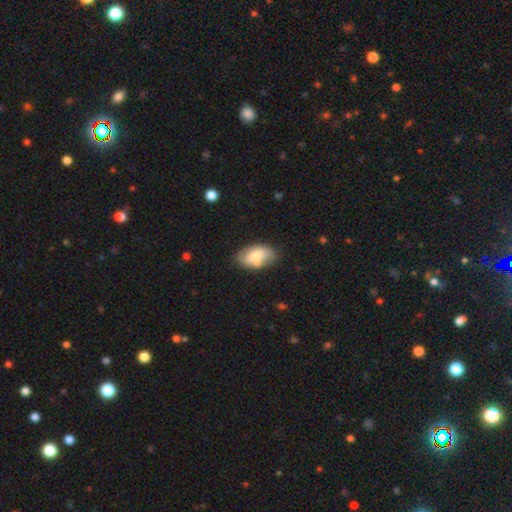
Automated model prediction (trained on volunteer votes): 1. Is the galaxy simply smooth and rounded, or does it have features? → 66% smooth, 27% featured or disk, 7% star or artifact.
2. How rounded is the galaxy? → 92% in between, 6% round, 2% cigar-shaped.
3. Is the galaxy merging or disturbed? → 62% none, 20% minor disturbance, 13% merger, 5% major disturbance.